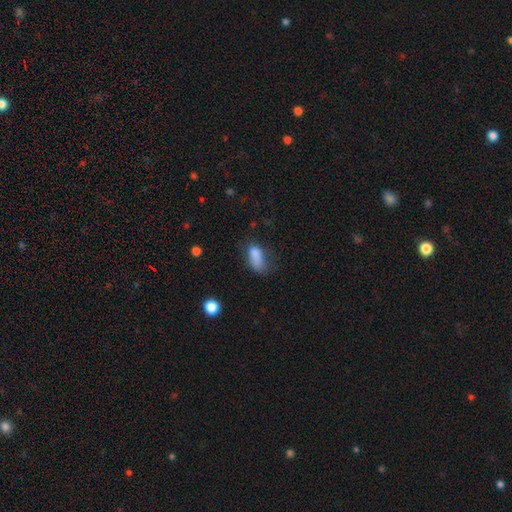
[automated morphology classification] smooth_or_featured: smooth (p=0.80) [alt: star or artifact p=0.10]
how_rounded: in between (p=0.86) [alt: cigar-shaped p=0.08]
merging: none (p=0.34) [alt: minor disturbance p=0.32]